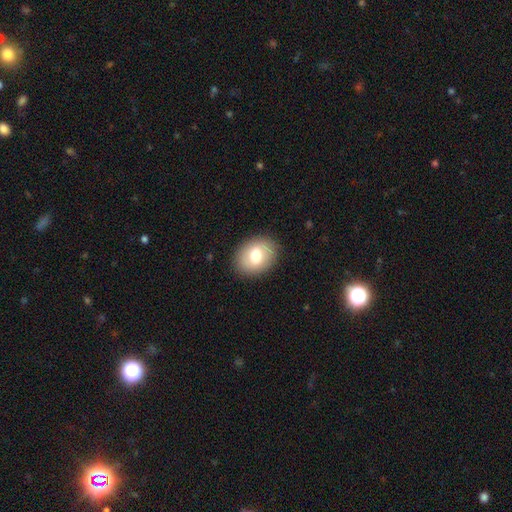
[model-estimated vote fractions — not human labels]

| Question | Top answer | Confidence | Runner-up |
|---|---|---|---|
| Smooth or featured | smooth | 72% | featured or disk (20%) |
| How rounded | in between | 65% | round (34%) |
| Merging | none | 87% | minor disturbance (9%) |